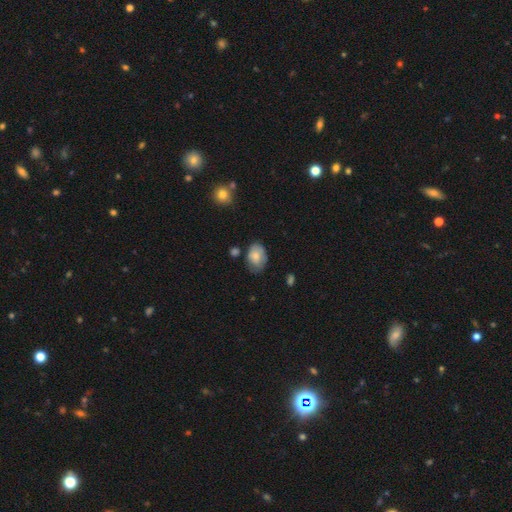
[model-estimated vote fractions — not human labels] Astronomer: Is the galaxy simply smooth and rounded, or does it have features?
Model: smooth — 75%.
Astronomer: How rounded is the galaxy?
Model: in between — 83%.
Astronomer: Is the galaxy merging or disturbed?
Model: none — 60%.